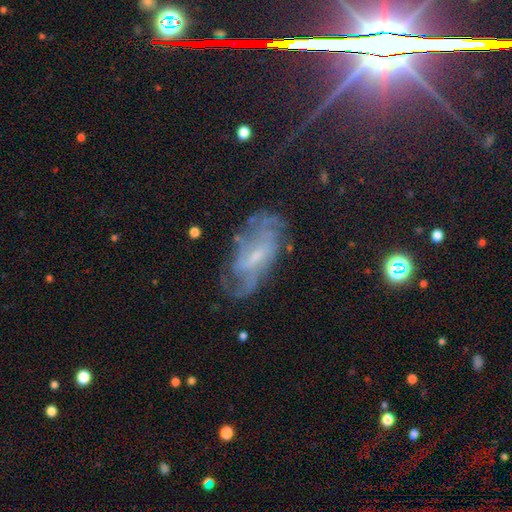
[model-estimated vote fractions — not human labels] Overall: featured or disk (73%). Edge-on disk: no (93%). Bar: weak (51%; no 34%). Spiral arms: yes (84%). Spiral arm count: can't tell (50%; 2 20%). Spiral winding: tight (41%; medium 39%). Bulge size: small (62%; moderate 26%). Merging: none (63%).